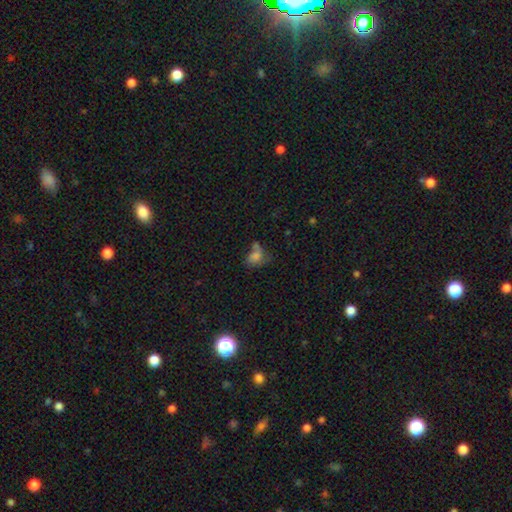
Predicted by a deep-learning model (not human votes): The model was most divided on "merging": none: 29%, merger: 27%, major disturbance: 23%, minor disturbance: 20%. More confident: how rounded — in between (73%); smooth or featured — smooth (61%).